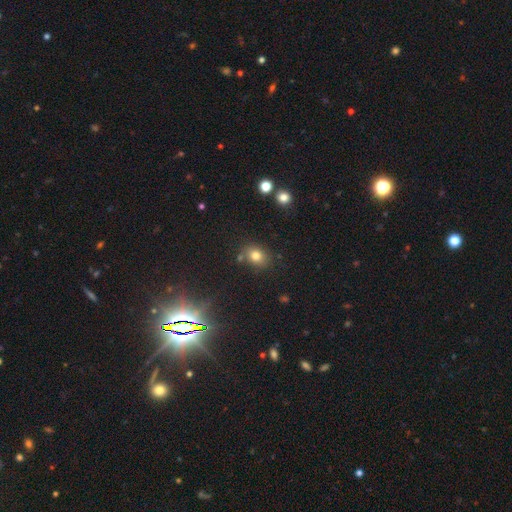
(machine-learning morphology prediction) Smooth or featured: smooth — 78% (star or artifact — 14%)
How rounded: in between — 54% (round — 45%)
Merging: none — 75% (minor disturbance — 13%)